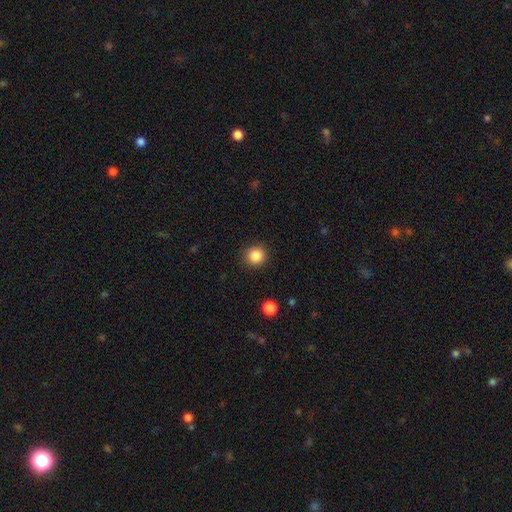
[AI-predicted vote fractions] Smooth or featured: smooth — 86% (star or artifact — 11%)
How rounded: round — 93% (in between — 6%)
Merging: none — 90% (minor disturbance — 6%)